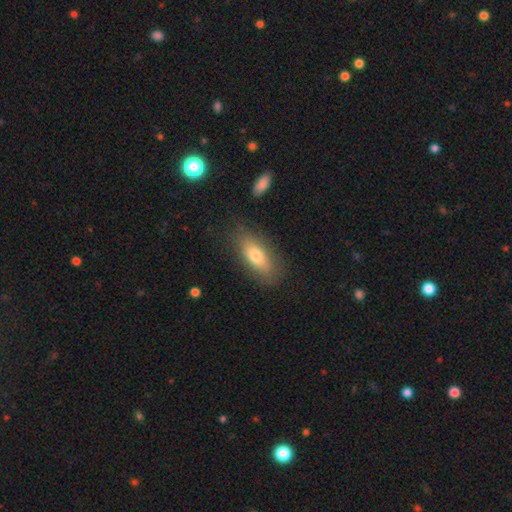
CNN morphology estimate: Smooth or featured: smooth — 73% (featured or disk — 20%)
How rounded: in between — 75% (cigar-shaped — 21%)
Merging: none — 80% (minor disturbance — 14%)